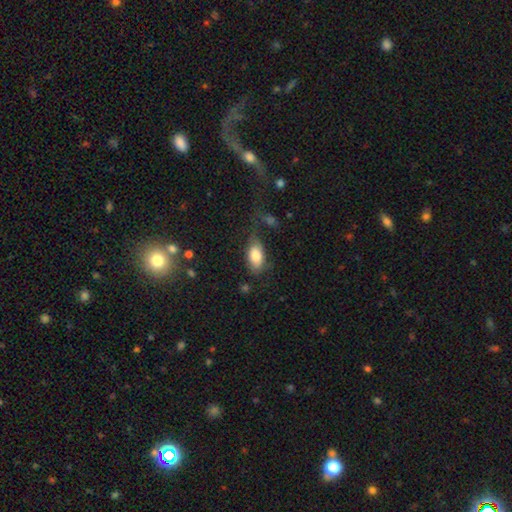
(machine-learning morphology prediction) This appears to be a smooth galaxy with no disk features (80%) that is in between round and cigar-shaped (92%). Merging: none (58%).